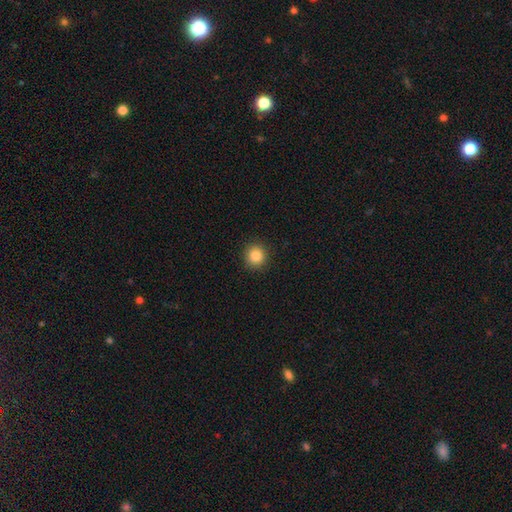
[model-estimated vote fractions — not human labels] smooth_or_featured: smooth (p=0.86) [alt: star or artifact p=0.10]
how_rounded: round (p=0.91) [alt: in between p=0.08]
merging: none (p=0.91) [alt: minor disturbance p=0.06]